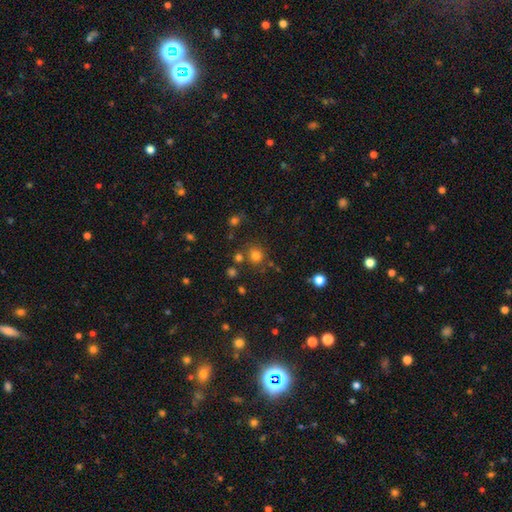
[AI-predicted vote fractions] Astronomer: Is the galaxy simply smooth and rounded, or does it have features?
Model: smooth — 76%.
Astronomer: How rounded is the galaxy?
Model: round — 90%.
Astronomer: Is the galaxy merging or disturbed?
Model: none — 77%.